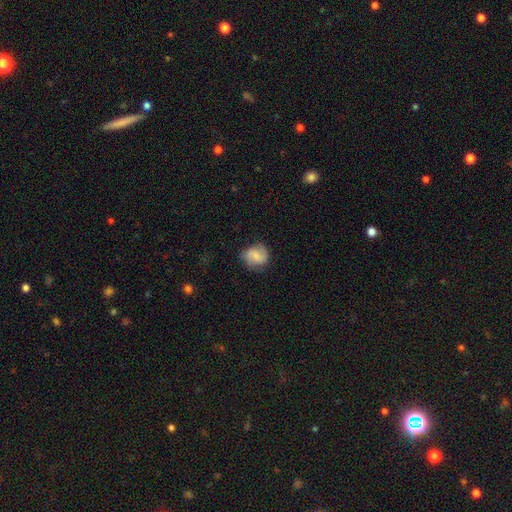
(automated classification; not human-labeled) The model was most divided on "smooth or featured": smooth: 57%, featured or disk: 35%, star or artifact: 8%. More confident: how rounded — round (75%); merging — none (73%).